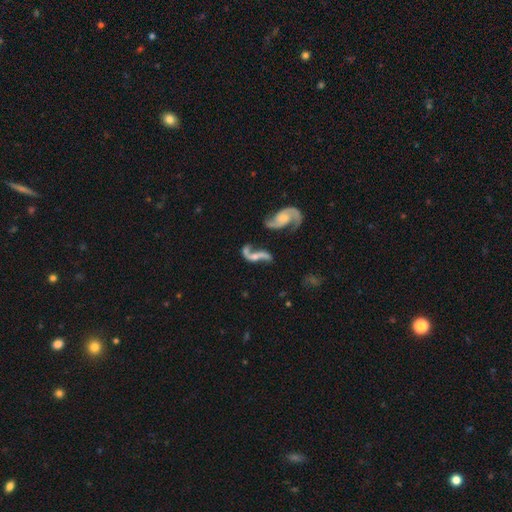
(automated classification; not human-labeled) Smooth or featured? Predicted: featured or disk (p=0.78). Edge-on disk? Predicted: no (p=0.92). Bar? Predicted: no (p=0.55). Spiral arms? Predicted: yes (p=0.88). Spiral winding? Predicted: loose (p=0.81). Spiral arm count? Predicted: 2 (p=0.85). Bulge size? Predicted: small (p=0.36). Merging? Predicted: none (p=0.39).